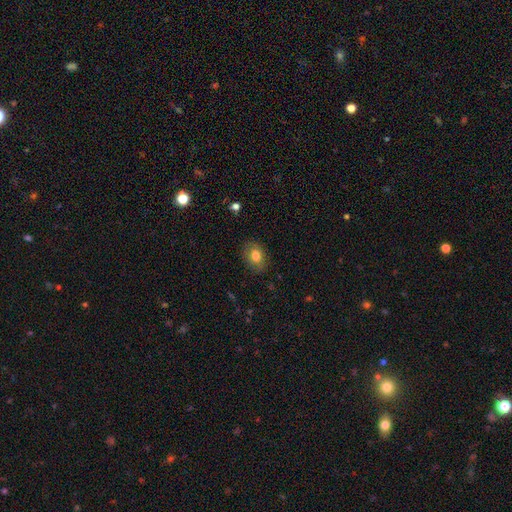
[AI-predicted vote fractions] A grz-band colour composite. It shows a smooth galaxy with no disk features (78%) that is in between round and cigar-shaped (70%). Merging: none (84%).